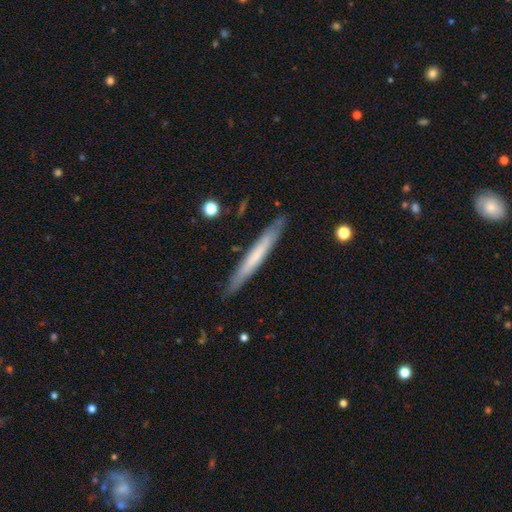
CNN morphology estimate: smooth 53%, featured or disk 41%, star or artifact 6%. Down the decision tree: how rounded — cigar-shaped (96%); merging — none (88%).